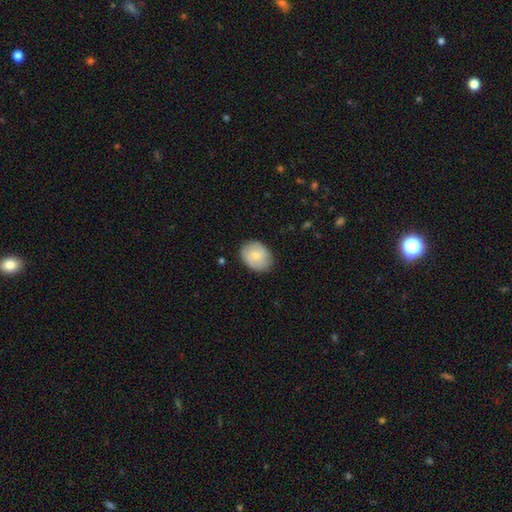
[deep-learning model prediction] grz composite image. It shows a smooth galaxy with no disk features (69%) that is in between round and cigar-shaped (55%). Merging: none (81%).